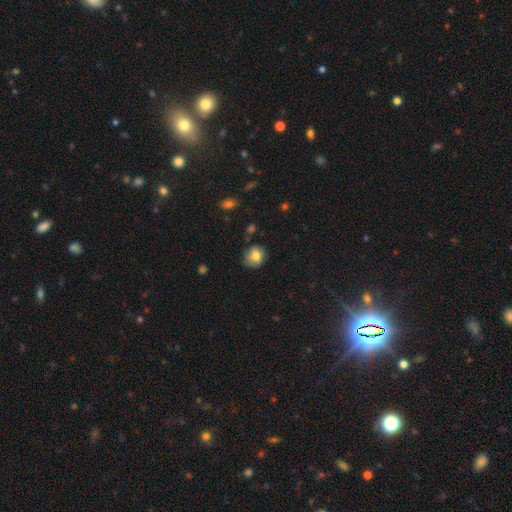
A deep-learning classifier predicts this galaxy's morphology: Q: Smooth or featured?
A: smooth (73%); runner-up: featured or disk (18%)
Q: How rounded?
A: round (62%); runner-up: in between (37%)
Q: Merging?
A: none (62%); runner-up: minor disturbance (27%)